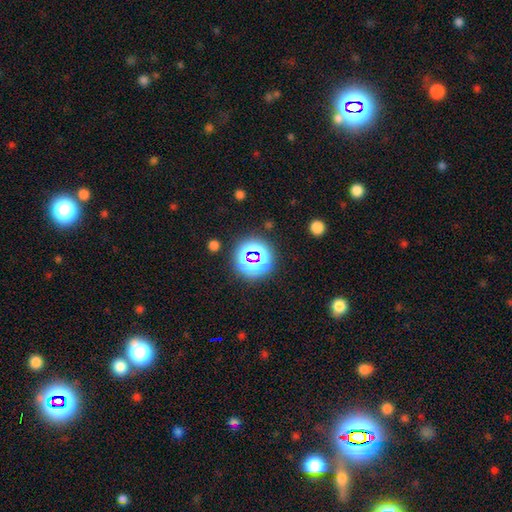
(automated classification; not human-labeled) A star or artifact, not a galaxy (63%).